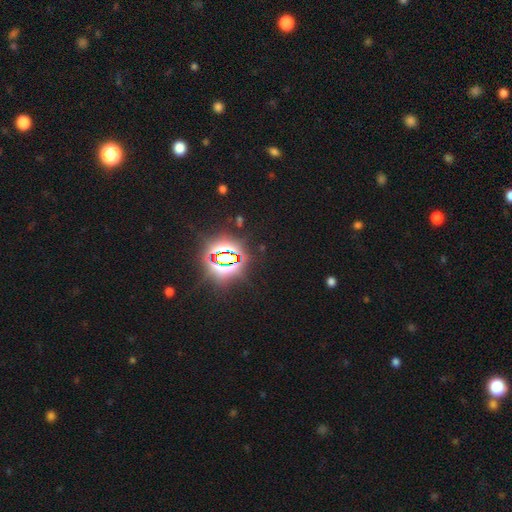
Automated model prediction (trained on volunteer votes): A star or artifact, not a galaxy (85%).

Vote fractions:
- Smooth or featured? star or artifact: 85% / smooth: 9% / featured or disk: 6%